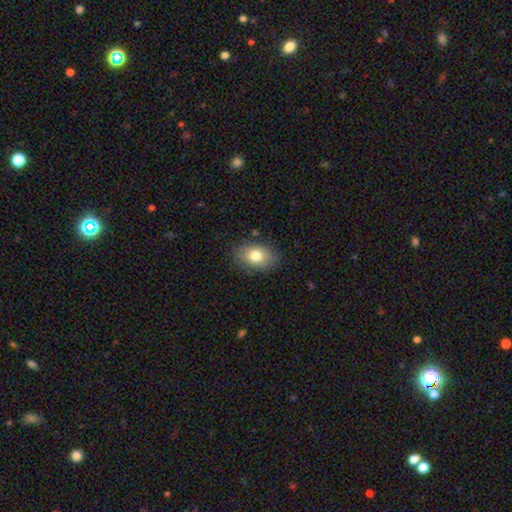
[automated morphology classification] The model was most divided on "how rounded": in between: 76%, round: 23%, cigar-shaped: 1%. More confident: merging — none (83%); smooth or featured — smooth (77%).